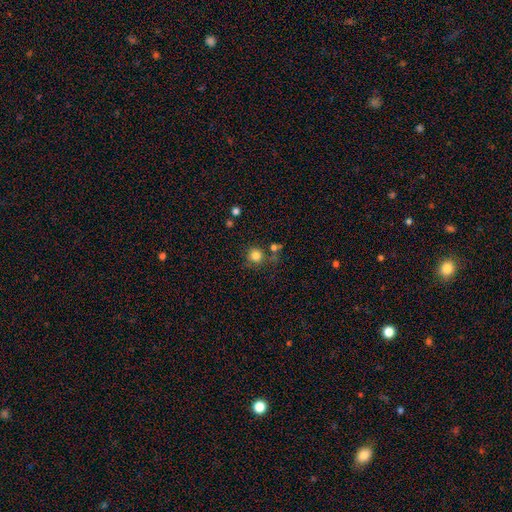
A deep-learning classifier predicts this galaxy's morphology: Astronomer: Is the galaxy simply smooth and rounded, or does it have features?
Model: smooth — 82%.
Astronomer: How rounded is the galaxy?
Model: round — 93%.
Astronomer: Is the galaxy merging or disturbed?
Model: none — 72%.